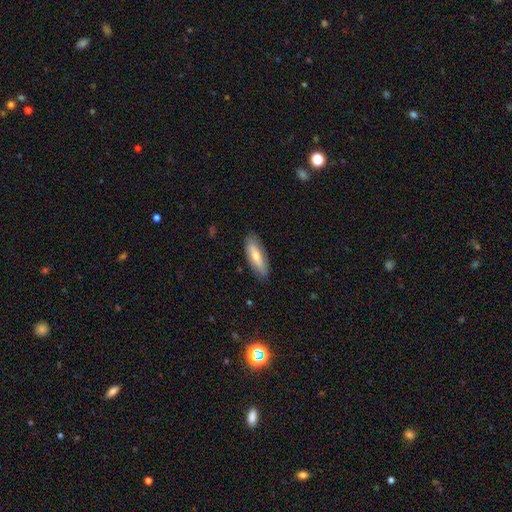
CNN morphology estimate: smooth 56%, featured or disk 38%, star or artifact 7%. Down the decision tree: how rounded — in between (51%); merging — none (84%).